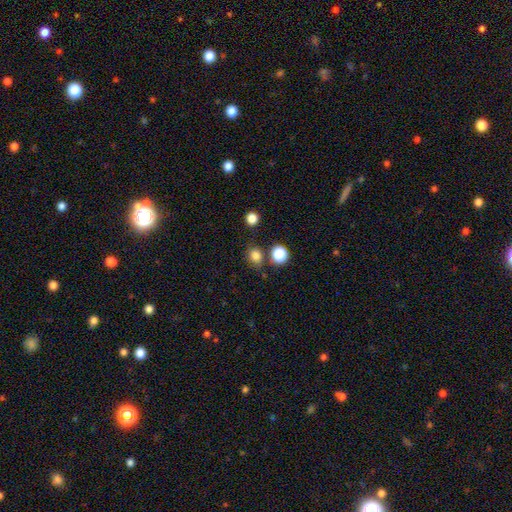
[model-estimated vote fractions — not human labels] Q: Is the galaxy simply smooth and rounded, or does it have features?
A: smooth — 81%.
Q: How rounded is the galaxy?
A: round — 69%.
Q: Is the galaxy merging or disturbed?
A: none — 75%.